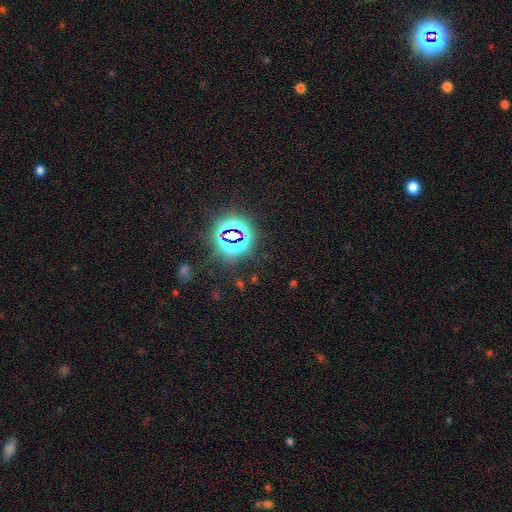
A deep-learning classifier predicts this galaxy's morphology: A star or artifact, not a galaxy (83%).

Vote fractions:
- Smooth or featured? star or artifact: 83% / smooth: 10% / featured or disk: 6%